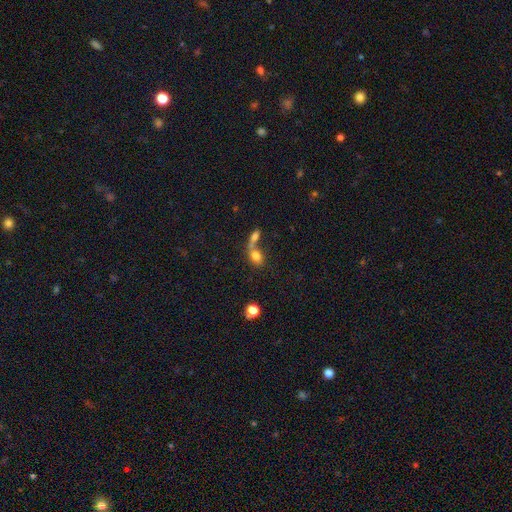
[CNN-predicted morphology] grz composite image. It shows a smooth galaxy with no disk features (77%) that is in between round and cigar-shaped (73%). Merging: merger (56%).